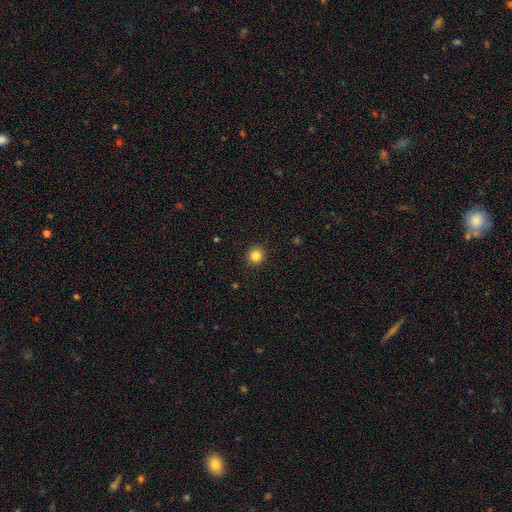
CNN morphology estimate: smooth 84%, star or artifact 11%, featured or disk 5%. Down the decision tree: how rounded — round (92%); merging — none (92%).